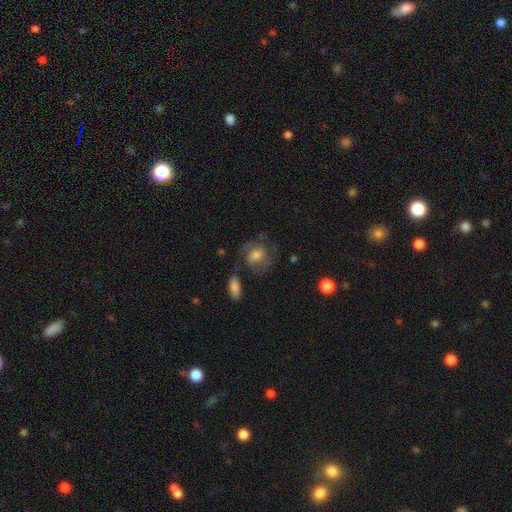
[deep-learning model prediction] The model was most divided on "bar": no: 52%, weak: 38%, strong: 10%. Remaining: edge-on disk — no (97%); spiral arms — yes (83%); merging — none (61%); smooth or featured — featured or disk (54%); bulge size — moderate (47%).